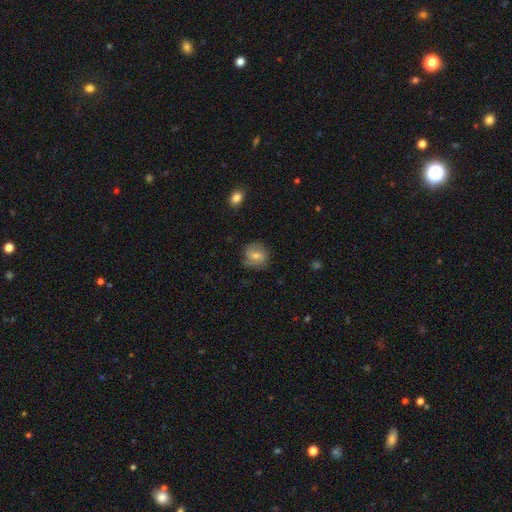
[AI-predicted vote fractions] A smooth galaxy with no disk features (47%).

Vote fractions:
- Smooth or featured? smooth: 47% / featured or disk: 43% / star or artifact: 10%
- Merging? none: 78% / minor disturbance: 16% / major disturbance: 5% / merger: 1%